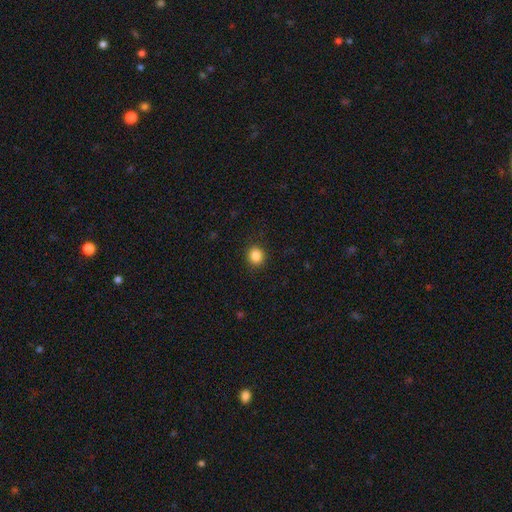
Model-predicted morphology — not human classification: A smooth galaxy with no disk features (86%) that is round (87%). Merging: none (90%).